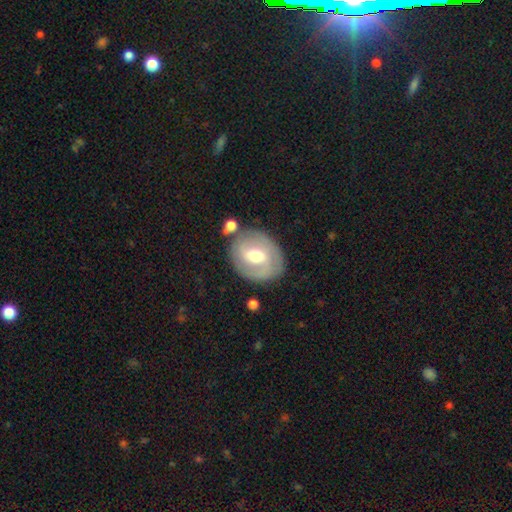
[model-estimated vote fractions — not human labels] smooth-or-featured: featured or disk: 63% | smooth: 31% | star or artifact: 6%
  disk-edge-on: no: 95% | yes: 5%
    bar: weak: 49% | no: 32% | strong: 18%
    has-spiral-arms: yes: 74% | no: 26%
    bulge-size: moderate: 70% | small: 19% | large: 8% | dominant: 1% | none: 1%
  merging: none: 73% | minor disturbance: 15% | merger: 7% | major disturbance: 5%